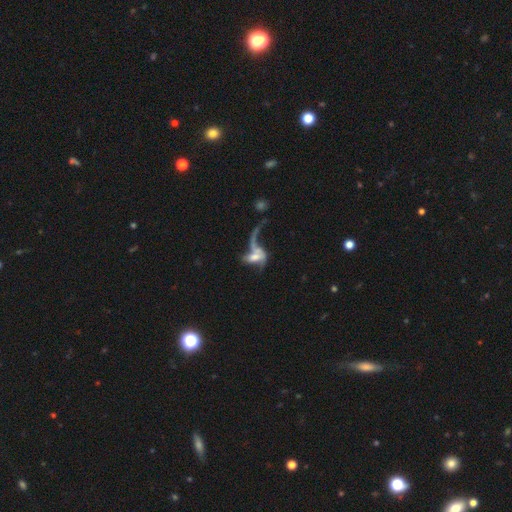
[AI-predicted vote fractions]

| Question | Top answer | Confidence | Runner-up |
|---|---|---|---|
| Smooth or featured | featured or disk | 60% | smooth (29%) |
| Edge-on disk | no | 93% | yes (7%) |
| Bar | no | 59% | weak (28%) |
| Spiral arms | yes | 60% | no (40%) |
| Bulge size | moderate | 31% | small (25%) |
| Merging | major disturbance | 40% | merger (38%) |